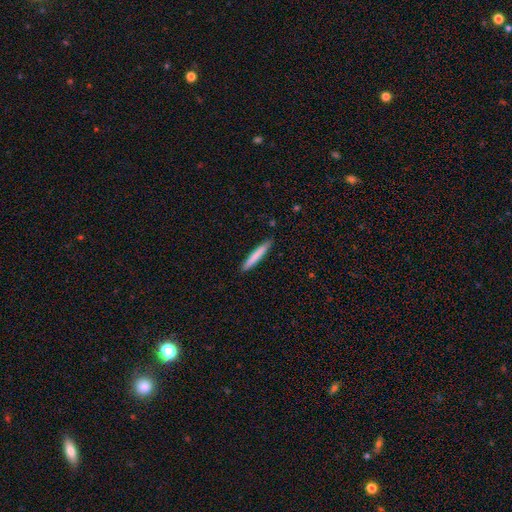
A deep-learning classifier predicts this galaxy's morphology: type=smooth (78%); roundness=cigar-shaped (95%); merging=none (90%).